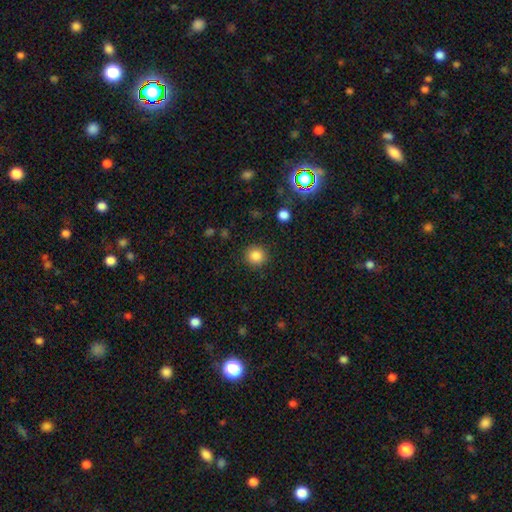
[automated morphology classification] The model was most divided on "smooth or featured": smooth: 85%, star or artifact: 11%, featured or disk: 4%. More confident: how rounded — round (92%); merging — none (90%).